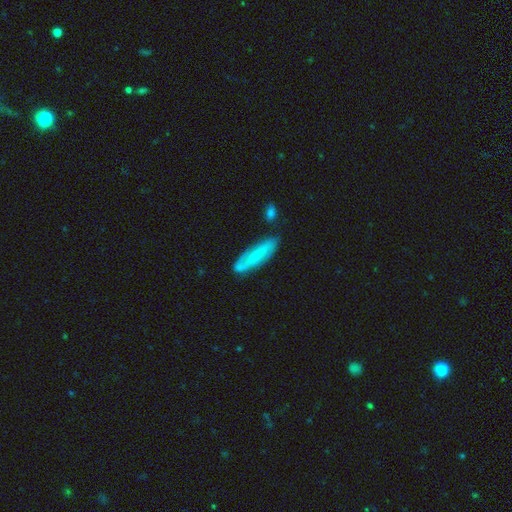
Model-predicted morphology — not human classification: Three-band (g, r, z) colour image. It shows a featured or disk galaxy (50%). Merging: none (71%).